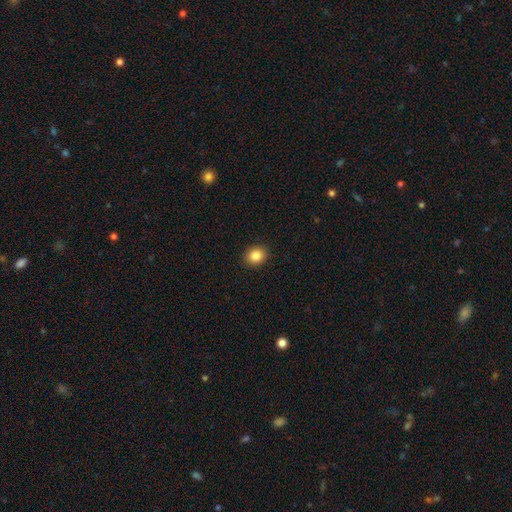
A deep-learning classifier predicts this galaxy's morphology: Smooth or featured: smooth — 86% (star or artifact — 10%)
How rounded: round — 66% (in between — 33%)
Merging: none — 91% (minor disturbance — 6%)